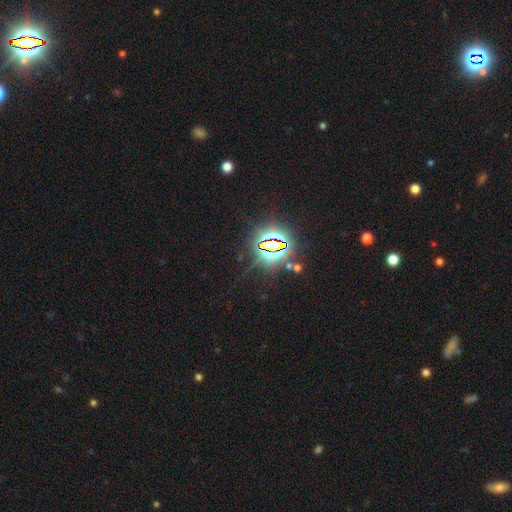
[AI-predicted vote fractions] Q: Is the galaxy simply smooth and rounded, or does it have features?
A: star or artifact — 85%.